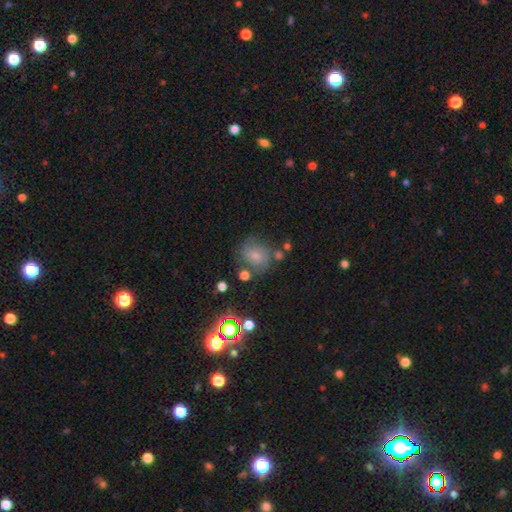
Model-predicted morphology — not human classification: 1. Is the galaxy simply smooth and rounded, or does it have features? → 64% smooth, 22% featured or disk, 14% star or artifact.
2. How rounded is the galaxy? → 69% round, 30% in between, 1% cigar-shaped.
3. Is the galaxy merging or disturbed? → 57% none, 22% minor disturbance, 11% major disturbance, 10% merger.